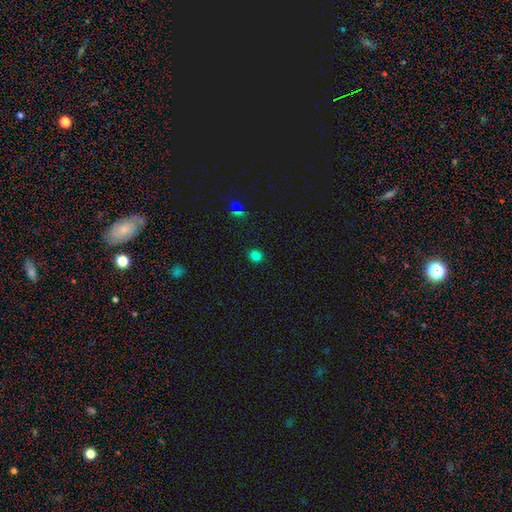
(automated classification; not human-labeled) Smooth or featured: smooth — 81% (star or artifact — 16%)
How rounded: round — 80% (in between — 19%)
Merging: none — 90% (minor disturbance — 7%)